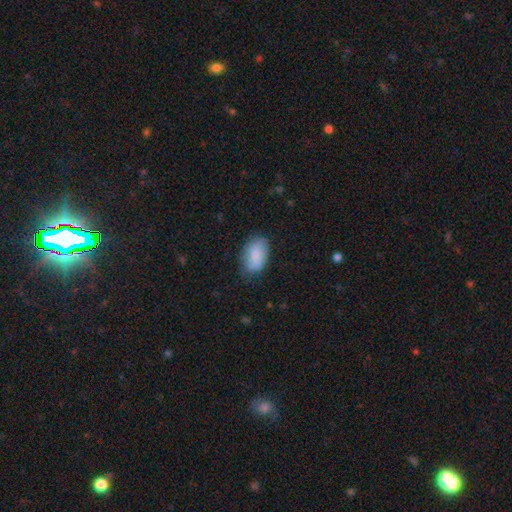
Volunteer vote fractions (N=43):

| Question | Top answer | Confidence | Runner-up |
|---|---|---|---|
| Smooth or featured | smooth | 74% | featured or disk (21%) |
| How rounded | in between | 97% | round (3%) |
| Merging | none | 73% | minor disturbance (24%) |